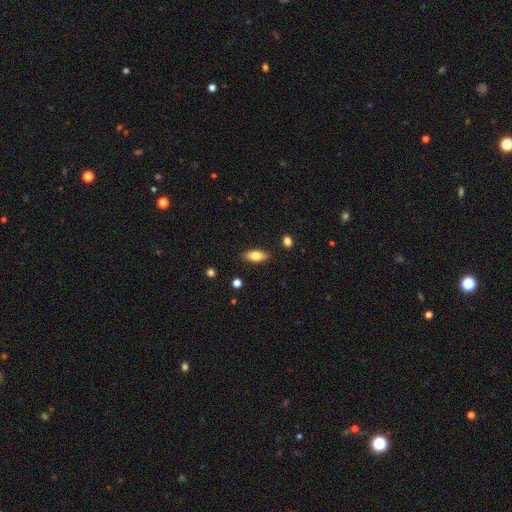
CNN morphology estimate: Smooth or featured?
  - smooth: 75% *
  - featured or disk: 18%
  - star or artifact: 7%
How rounded?
  - in between: 83% *
  - cigar-shaped: 14%
  - round: 3%
Merging?
  - none: 87% *
  - minor disturbance: 9%
  - major disturbance: 2%
  - merger: 2%